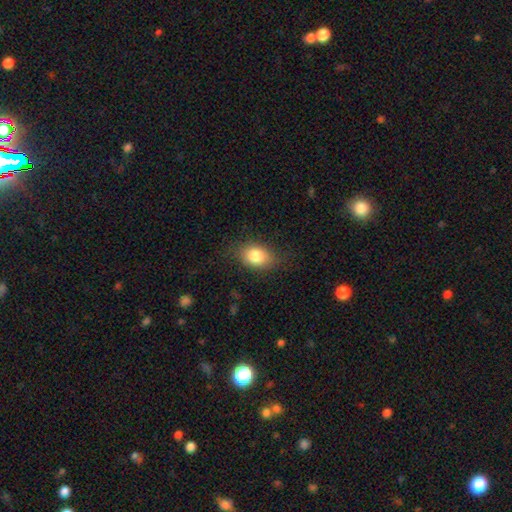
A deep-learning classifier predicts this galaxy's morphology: Smooth or featured: smooth — 81% (featured or disk — 10%)
How rounded: in between — 76% (round — 23%)
Merging: none — 78% (minor disturbance — 16%)